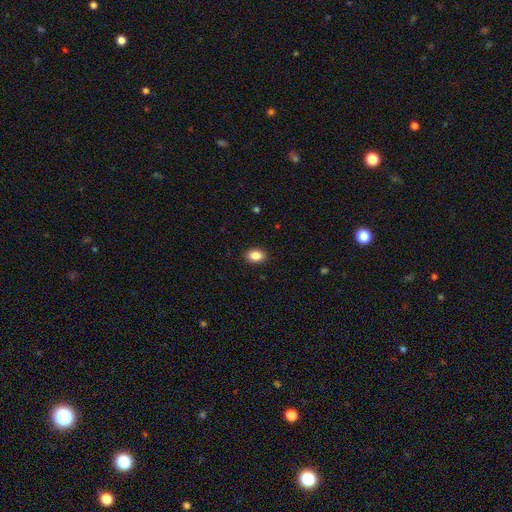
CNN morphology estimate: smooth 87%, star or artifact 9%, featured or disk 5%. Down the decision tree: how rounded — in between (80%); merging — none (90%).